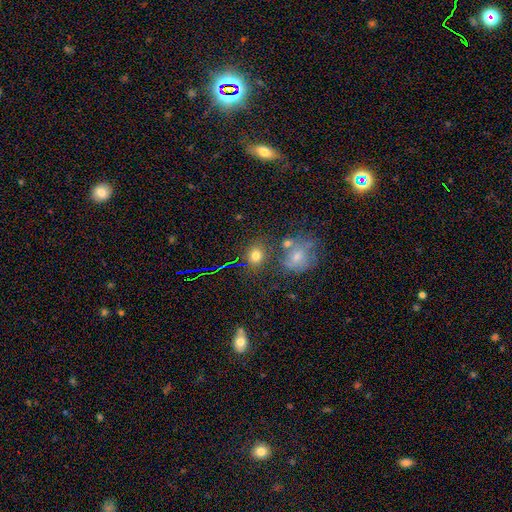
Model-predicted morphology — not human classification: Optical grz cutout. It shows a smooth galaxy with no disk features (73%) that is round (67%). Merging: none (72%).